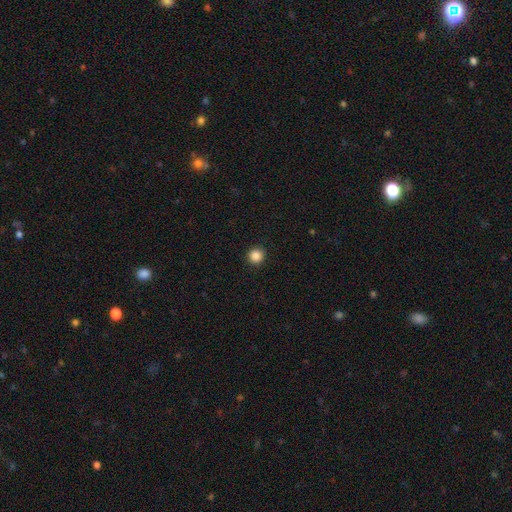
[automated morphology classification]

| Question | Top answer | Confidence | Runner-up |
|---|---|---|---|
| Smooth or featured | smooth | 87% | star or artifact (10%) |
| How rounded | round | 95% | in between (4%) |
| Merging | none | 93% | minor disturbance (4%) |